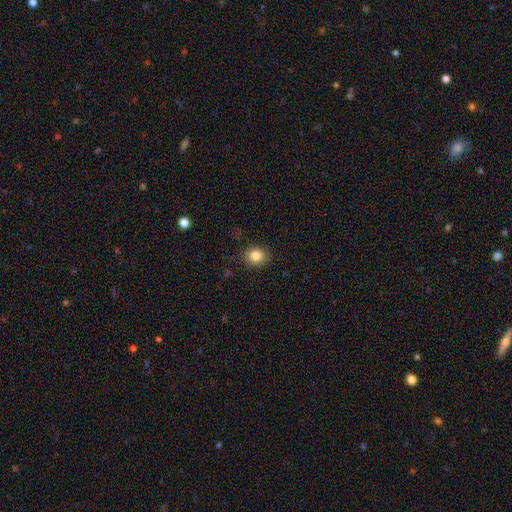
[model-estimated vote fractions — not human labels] smooth-or-featured: smooth: 84% | star or artifact: 10% | featured or disk: 6%
  how-rounded: round: 69% | in between: 30% | cigar-shaped: 1%
  merging: none: 88% | minor disturbance: 9% | major disturbance: 2% | merger: 1%